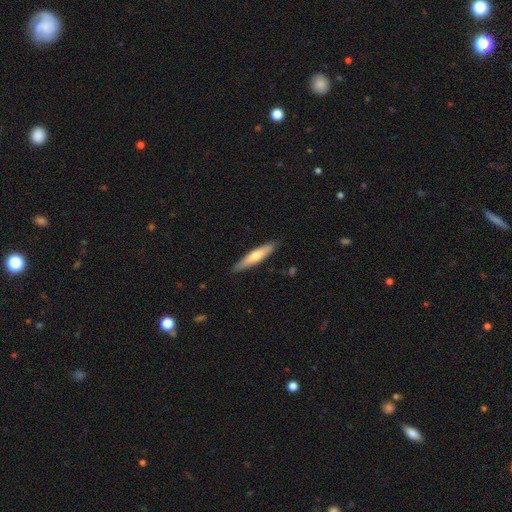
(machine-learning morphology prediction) This is possibly a smooth galaxy (59%). How rounded: clearly cigar-shaped (87%). Merging: clearly none (87%).